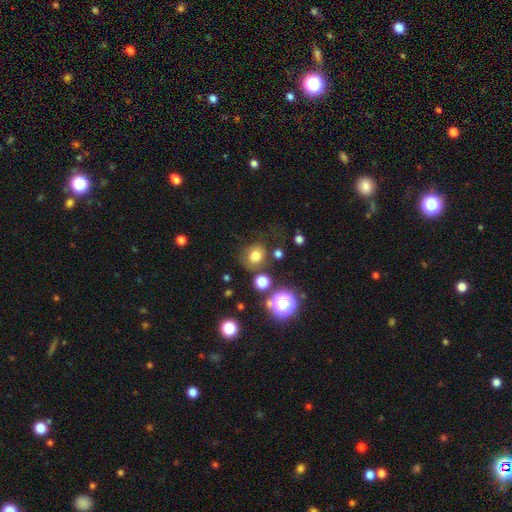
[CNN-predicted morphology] Smooth or featured? Predicted: smooth (p=0.74). How rounded? Predicted: round (p=0.83). Merging? Predicted: none (p=0.77).